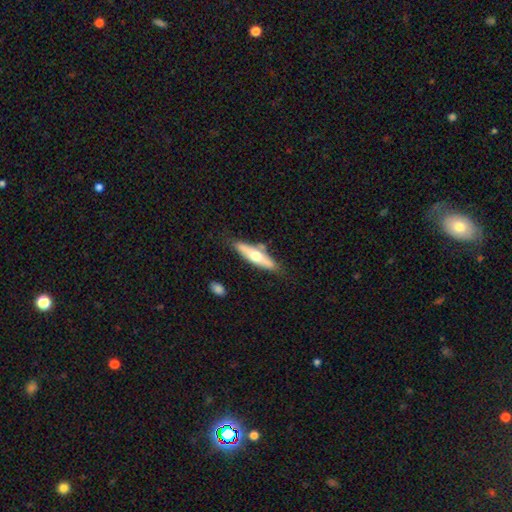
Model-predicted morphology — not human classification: Overall: smooth (49%; featured or disk 46%). Merging: none (73%).